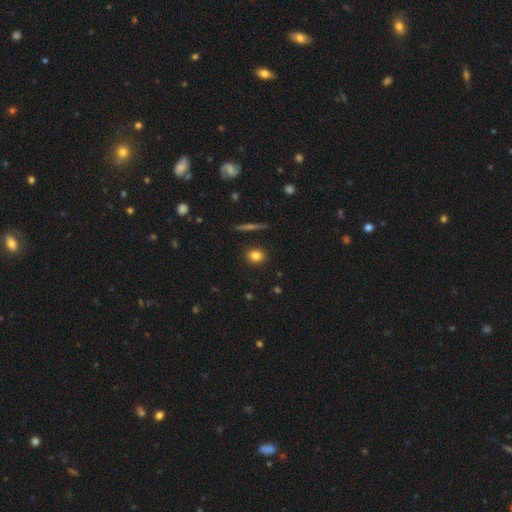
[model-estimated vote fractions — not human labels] smooth-or-featured: smooth: 82% | star or artifact: 10% | featured or disk: 8%
  how-rounded: round: 70% | in between: 27% | cigar-shaped: 3%
  merging: none: 90% | minor disturbance: 7% | major disturbance: 2% | merger: 1%